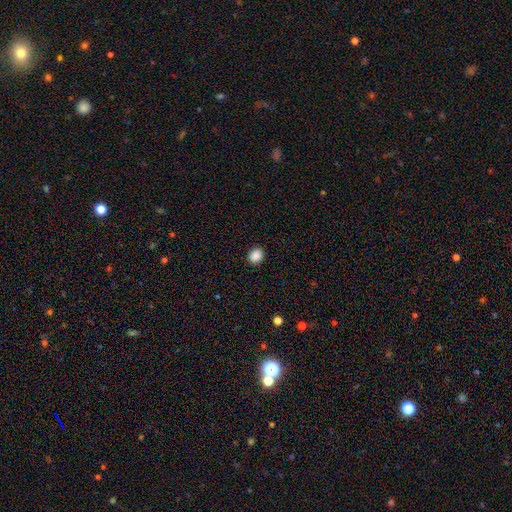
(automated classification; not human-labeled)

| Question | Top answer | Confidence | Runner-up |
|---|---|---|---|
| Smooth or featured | smooth | 88% | star or artifact (9%) |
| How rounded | round | 70% | in between (29%) |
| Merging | none | 91% | minor disturbance (7%) |